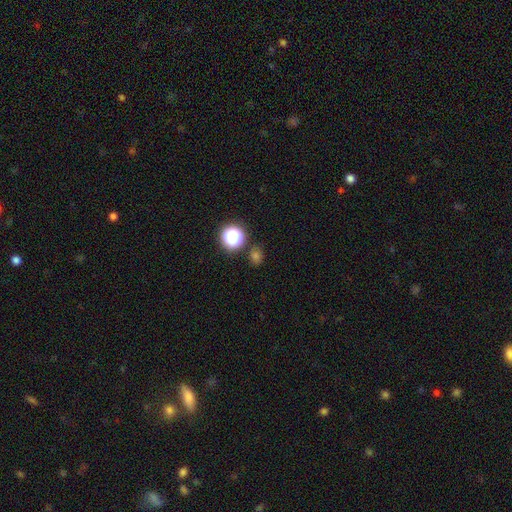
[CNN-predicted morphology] This is possibly a smooth galaxy (59%). How rounded: likely round (73%). Merging: clearly none (81%).